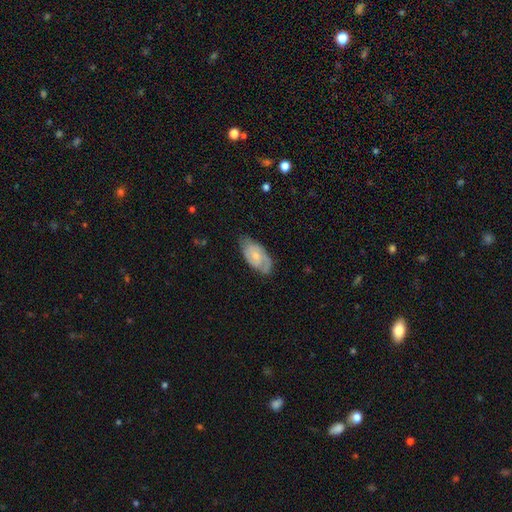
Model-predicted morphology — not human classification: Smooth or featured? featured or disk (65%)
Edge-on disk? no (94%)
Bar? no (59%)
Spiral arms? yes (89%)
Spiral winding? tight (49%)
Spiral arm count? 2 (65%)
Bulge size? small (53%)
Merging? none (71%)